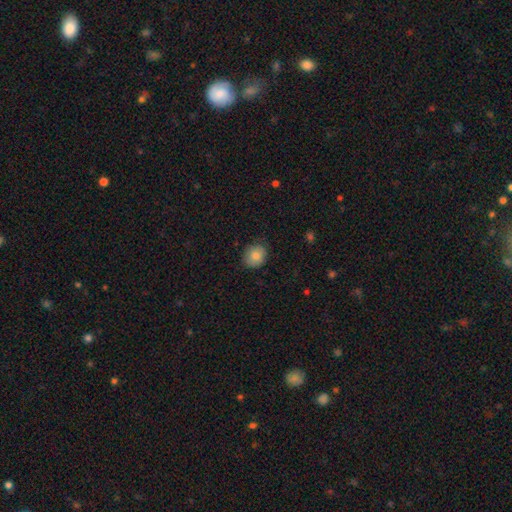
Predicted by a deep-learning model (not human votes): Morphology: type=smooth (81%); roundness=round (68%); merging=none (79%).